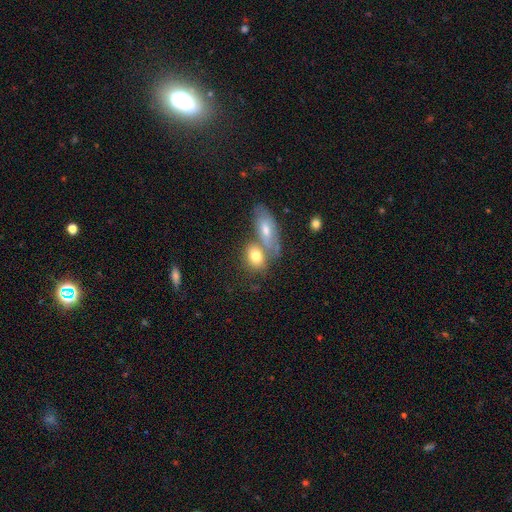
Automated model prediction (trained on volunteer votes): smooth 74%, featured or disk 19%, star or artifact 8%. Down the decision tree: how rounded — in between (70%); merging — merger (47%).